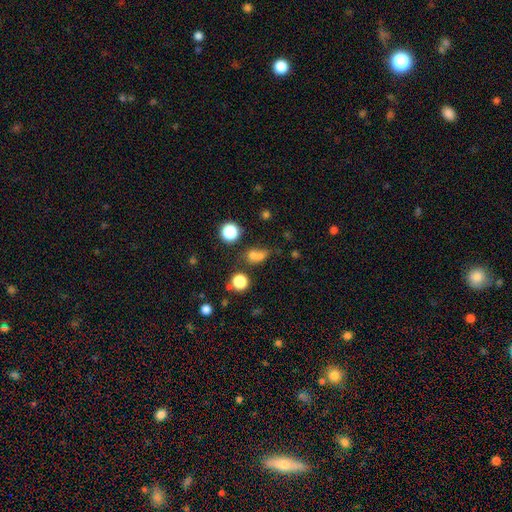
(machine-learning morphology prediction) The model was most divided on "merging": merger: 41%, none: 40%, minor disturbance: 12%, major disturbance: 8%. More confident: smooth or featured — smooth (67%); how rounded — round (59%).